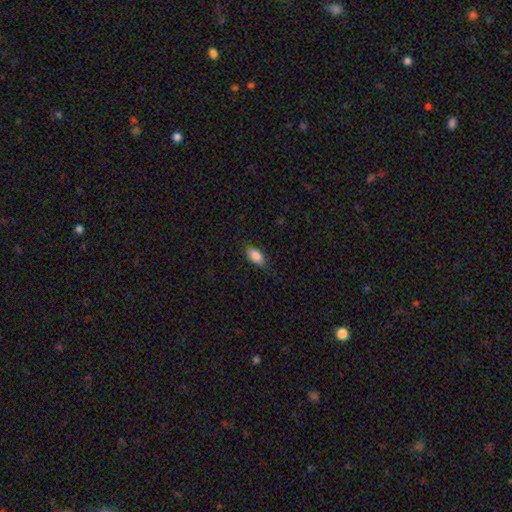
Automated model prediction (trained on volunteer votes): smooth_or_featured: smooth (p=0.86) [alt: star or artifact p=0.07]
how_rounded: in between (p=0.89) [alt: cigar-shaped p=0.07]
merging: none (p=0.76) [alt: minor disturbance p=0.19]